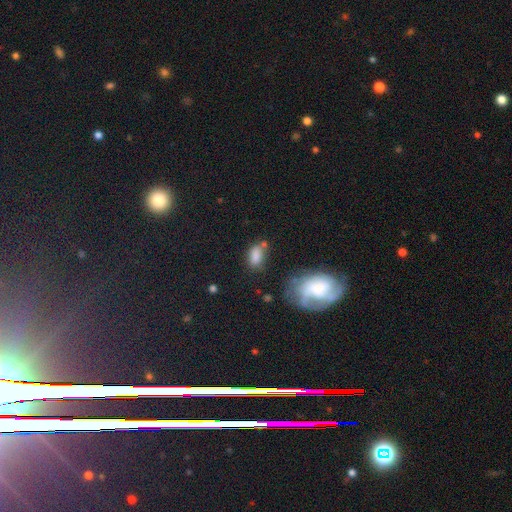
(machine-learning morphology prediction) Smooth or featured? Predicted: smooth (p=0.79). How rounded? Predicted: in between (p=0.87). Merging? Predicted: none (p=0.55).